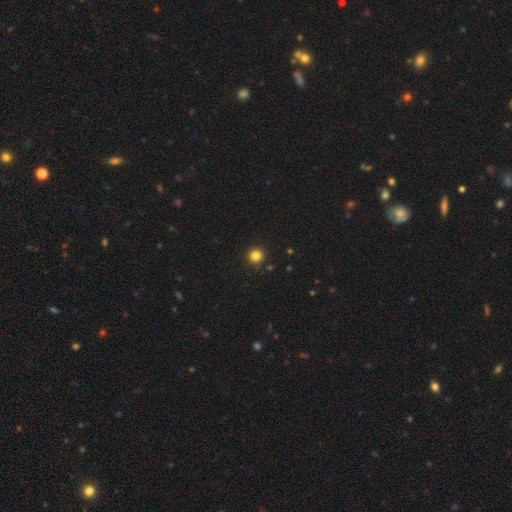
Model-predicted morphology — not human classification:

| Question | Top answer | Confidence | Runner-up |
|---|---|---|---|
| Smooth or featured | smooth | 83% | star or artifact (13%) |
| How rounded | round | 95% | in between (5%) |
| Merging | none | 92% | minor disturbance (5%) |